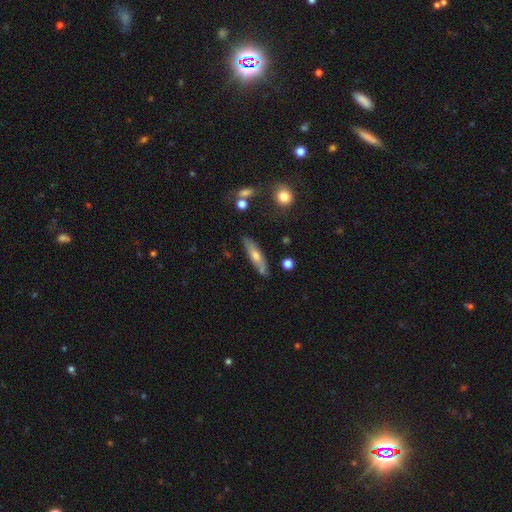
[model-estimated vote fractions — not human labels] smooth_or_featured: smooth (p=0.50) [alt: featured or disk p=0.43]
how_rounded: cigar-shaped (p=0.75) [alt: in between p=0.23]
merging: none (p=0.81) [alt: minor disturbance p=0.13]